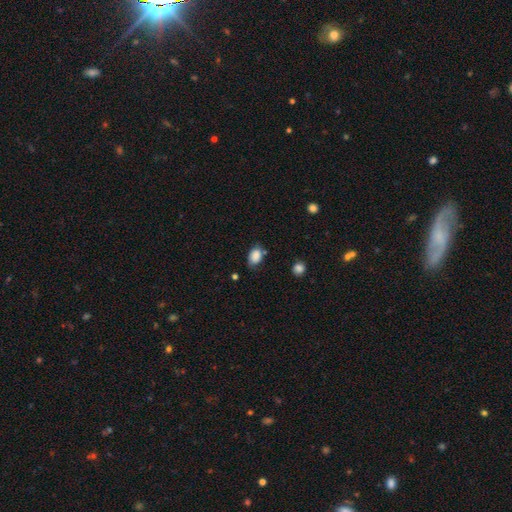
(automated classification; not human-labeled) This appears to be a smooth galaxy with no disk features (86%) that is in between round and cigar-shaped (78%). Merging: none (65%).